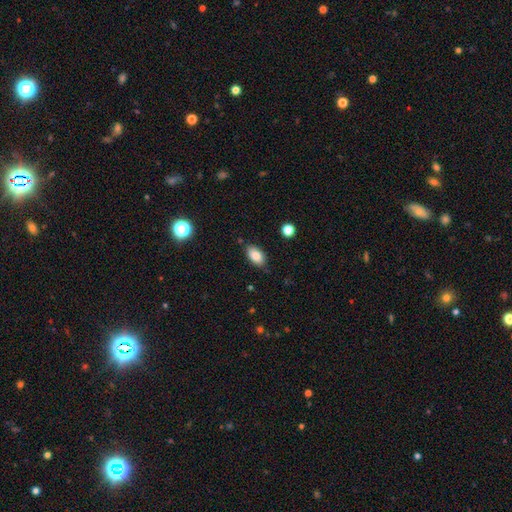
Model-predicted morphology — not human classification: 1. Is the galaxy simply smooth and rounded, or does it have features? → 85% smooth, 8% star or artifact, 7% featured or disk.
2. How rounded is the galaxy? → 92% in between, 5% round, 2% cigar-shaped.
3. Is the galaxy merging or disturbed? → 82% none, 14% minor disturbance, 2% major disturbance, 2% merger.